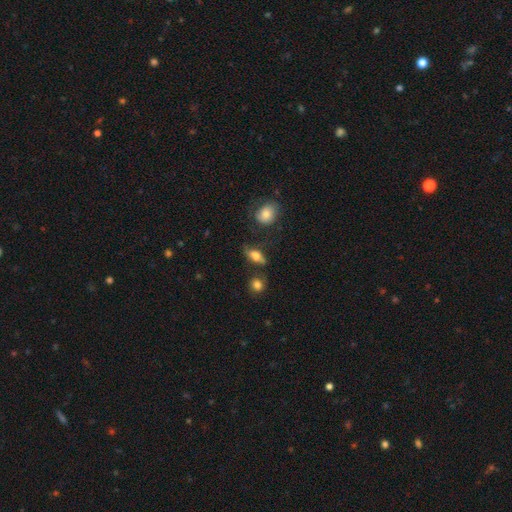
Overall: smooth (59%; featured or disk 31%). How rounded: in between (91%). Merging: none (51%; minor disturbance 29%).